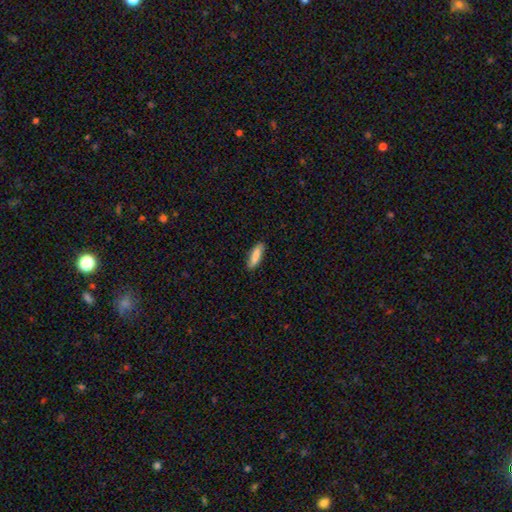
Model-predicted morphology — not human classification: Smooth or featured? smooth (82%)
How rounded? cigar-shaped (56%)
Merging? none (86%)